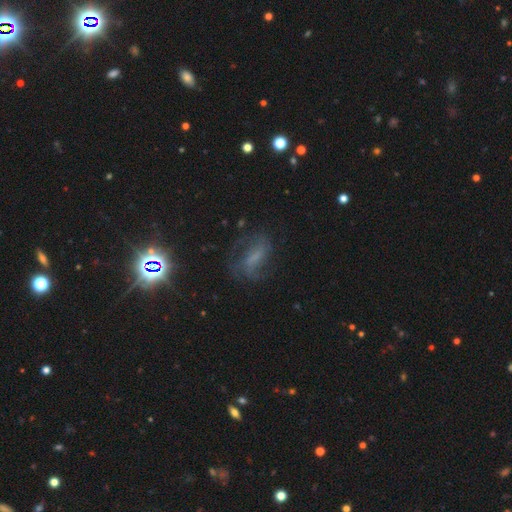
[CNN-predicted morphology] Smooth or featured? Predicted: featured or disk (p=0.49). Merging? Predicted: none (p=0.60).